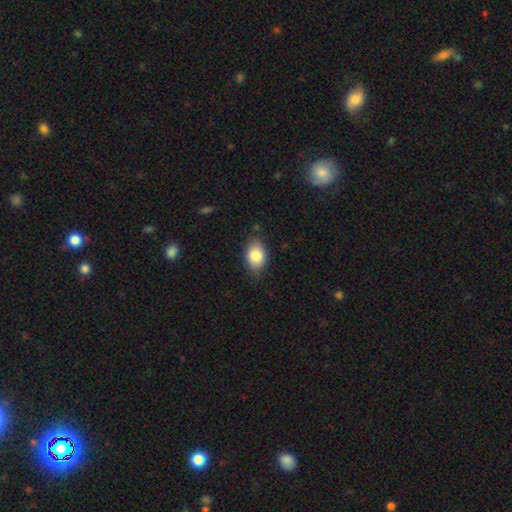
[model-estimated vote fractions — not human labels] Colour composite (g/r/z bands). It shows a smooth galaxy with no disk features (85%) that is in between round and cigar-shaped (83%). Merging: none (78%).